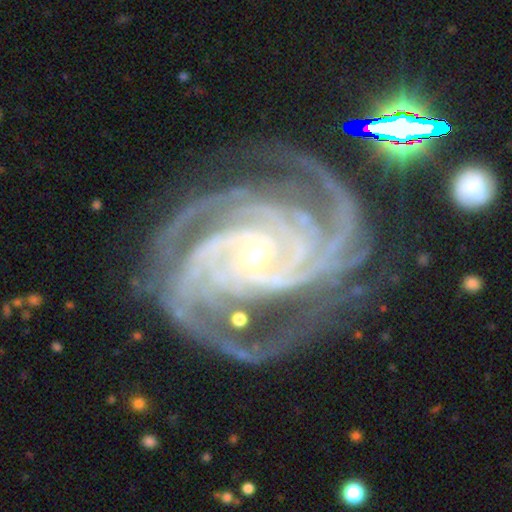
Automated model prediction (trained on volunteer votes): featured or disk 93%, star or artifact 5%, smooth 2%. Down the decision tree: edge-on disk — no (98%); bar — no (56%); spiral arms — yes (99%); spiral arm count — 4 (35%); spiral winding — tight (69%); bulge size — small (74%); merging — none (70%).